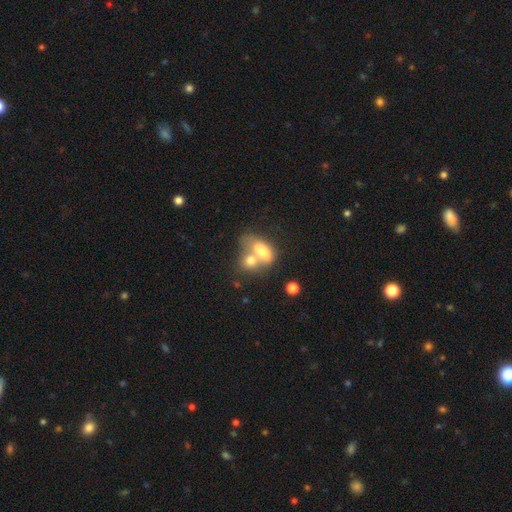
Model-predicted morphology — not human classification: smooth 67%, featured or disk 24%, star or artifact 9%. Down the decision tree: how rounded — in between (78%); merging — merger (67%).